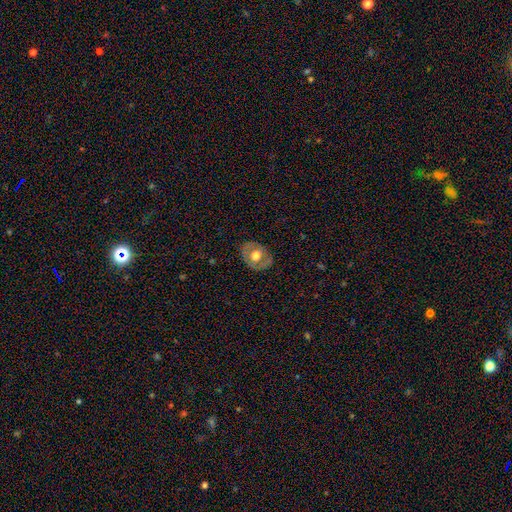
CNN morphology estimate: Smooth or featured? Predicted: smooth (p=0.48). Merging? Predicted: none (p=0.80).